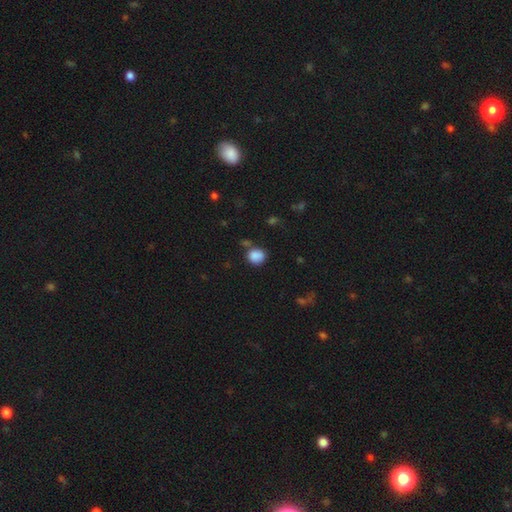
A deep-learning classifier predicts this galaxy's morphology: This is clearly a smooth galaxy (85%). How rounded: likely round (77%). Merging: likely none (60%).